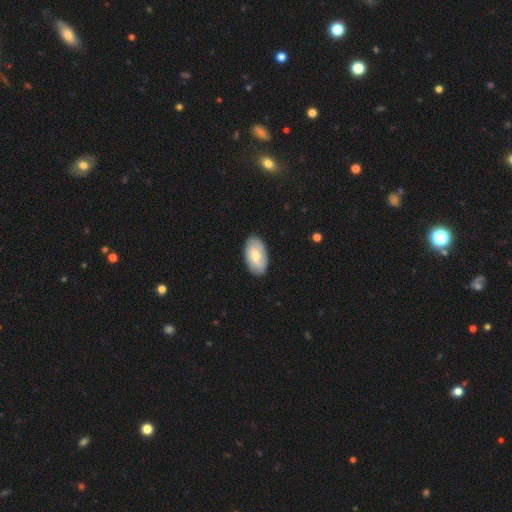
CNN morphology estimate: smooth_or_featured: smooth (p=0.65) [alt: featured or disk p=0.29]
how_rounded: in between (p=0.94) [alt: round p=0.04]
merging: none (p=0.87) [alt: minor disturbance p=0.10]